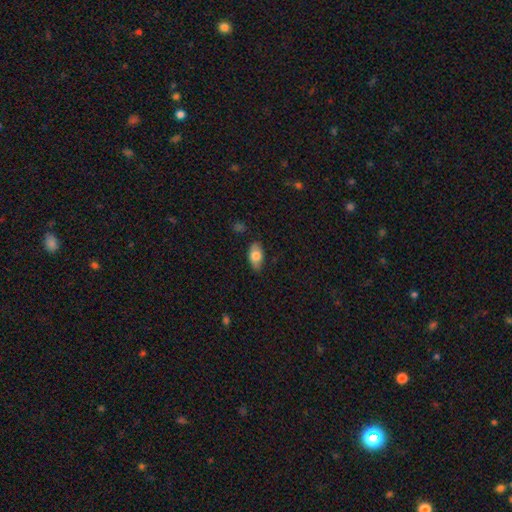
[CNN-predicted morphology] Overall: smooth (75%). How rounded: in between (90%). Merging: none (82%).